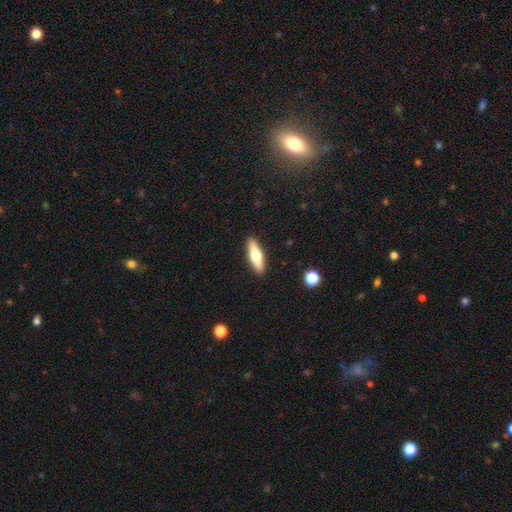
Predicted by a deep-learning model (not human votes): Smooth or featured: smooth — 53% (featured or disk — 41%)
How rounded: cigar-shaped — 61% (in between — 37%)
Merging: none — 90% (minor disturbance — 7%)